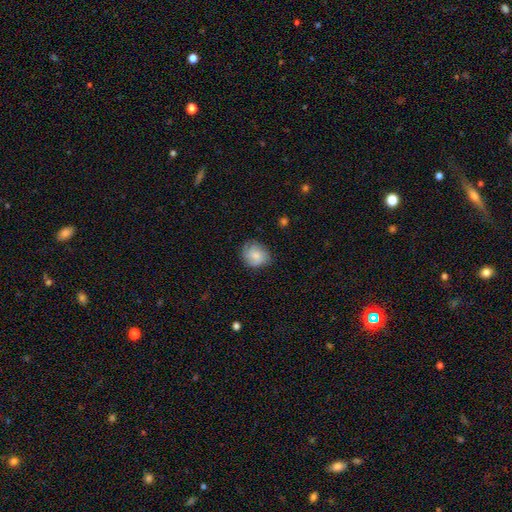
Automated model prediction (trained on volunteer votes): Smooth or featured? Predicted: smooth (p=0.65). How rounded? Predicted: round (p=0.68). Merging? Predicted: none (p=0.72).